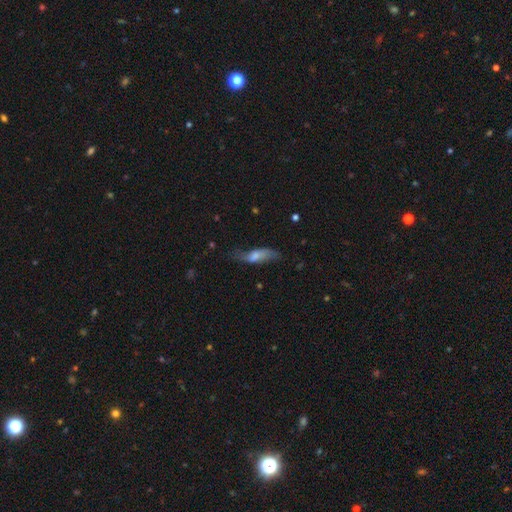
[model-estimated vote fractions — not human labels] A smooth galaxy with no disk features (55%) that is in between round and cigar-shaped (50%).

Vote fractions:
- Smooth or featured? smooth: 55% / featured or disk: 37% / star or artifact: 7%
- How rounded? in between: 50% / cigar-shaped: 48% / round: 2%
- Merging? none: 50% / minor disturbance: 30% / major disturbance: 16% / merger: 3%